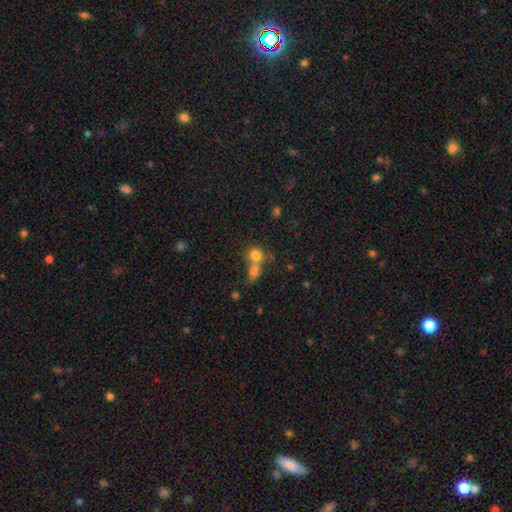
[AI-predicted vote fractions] Overall: smooth (78%). How rounded: round (69%; in between 29%). Merging: merger (45%; none 41%).